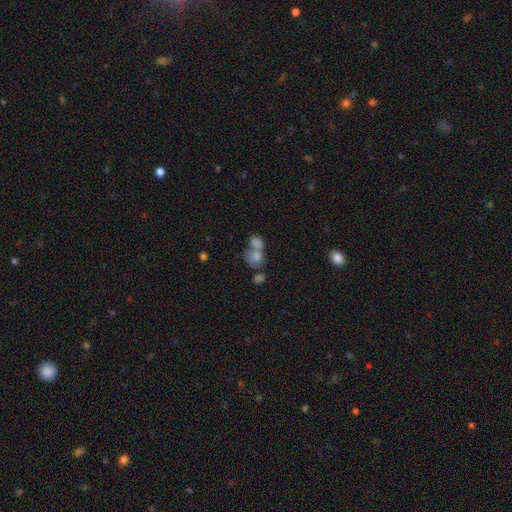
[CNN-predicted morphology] smooth_or_featured: smooth (p=0.67) [alt: featured or disk p=0.18]
how_rounded: round (p=0.60) [alt: in between p=0.38]
merging: merger (p=0.55) [alt: none p=0.30]